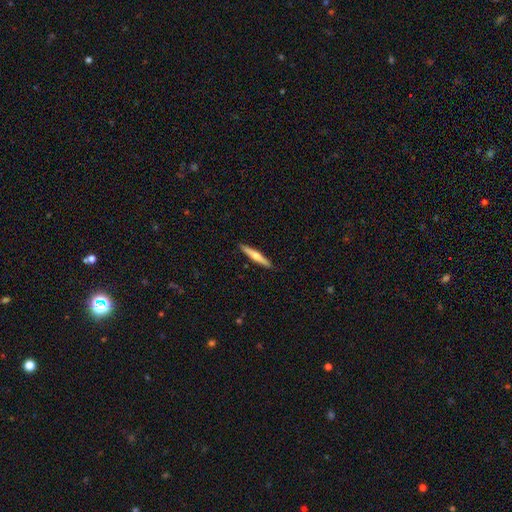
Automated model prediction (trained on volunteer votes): This is possibly a featured or disk galaxy (48%). Merging: clearly none (91%).